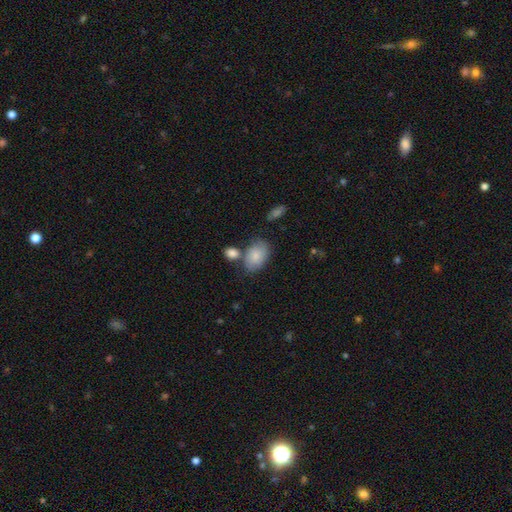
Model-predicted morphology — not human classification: This is likely a smooth galaxy (78%). How rounded: clearly in between (85%). Merging: possibly none (56%).